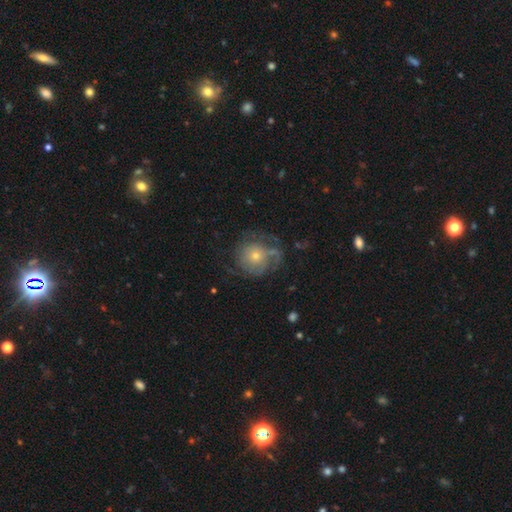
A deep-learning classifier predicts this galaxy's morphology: type=featured or disk (59%); edge-on=no (97%); bar=no (85%); spiral arms=yes (74%); bulge=small (54%); merging=none (51%).